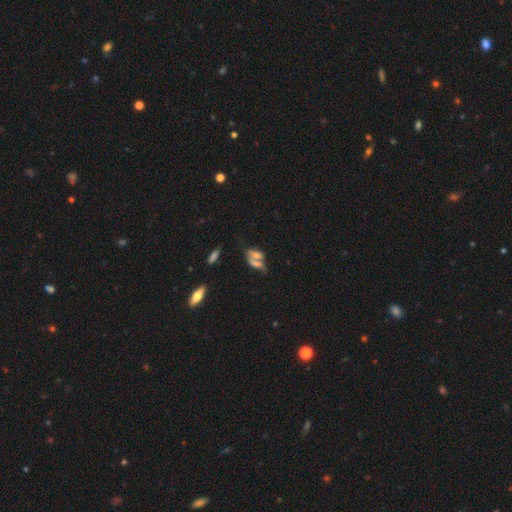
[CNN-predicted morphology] smooth-or-featured: smooth: 49% | featured or disk: 39% | star or artifact: 13%
  merging: merger: 55% | none: 25% | minor disturbance: 11% | major disturbance: 9%